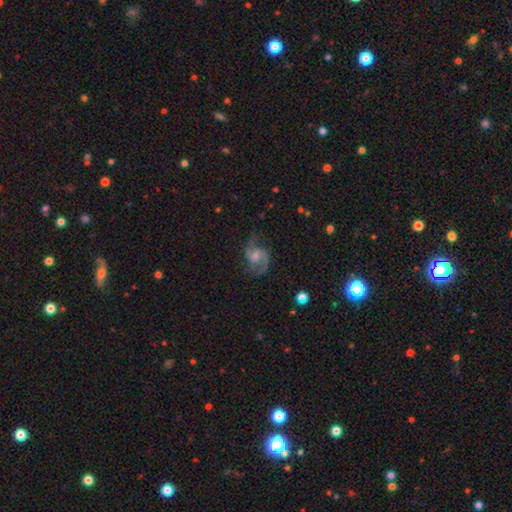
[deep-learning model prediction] This appears to be a featured or disk galaxy (88%) with a weak bar (48%), 2 (92%) medium (53%) spiral arms (97%) and a small central bulge (41%). Merging: none (73%).